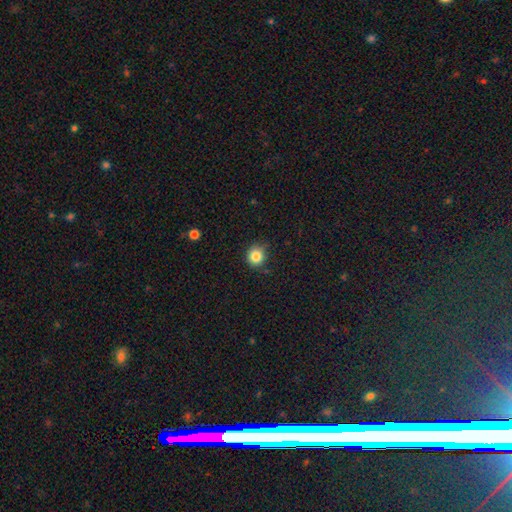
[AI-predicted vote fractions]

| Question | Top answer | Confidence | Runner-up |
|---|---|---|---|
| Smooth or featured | smooth | 84% | star or artifact (11%) |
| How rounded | round | 90% | in between (9%) |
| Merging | none | 79% | minor disturbance (16%) |